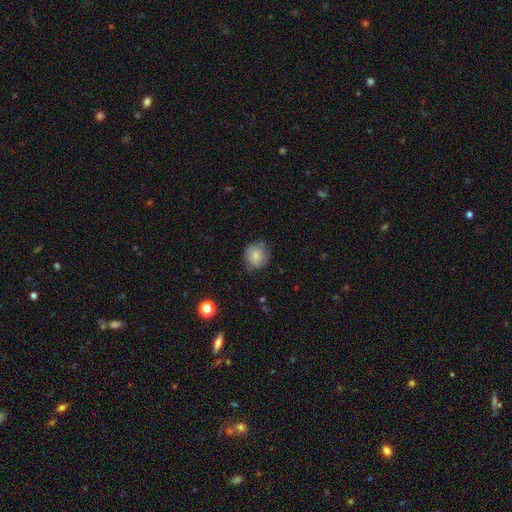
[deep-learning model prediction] Smooth or featured: smooth — 79% (featured or disk — 13%)
How rounded: round — 84% (in between — 15%)
Merging: none — 74% (minor disturbance — 20%)